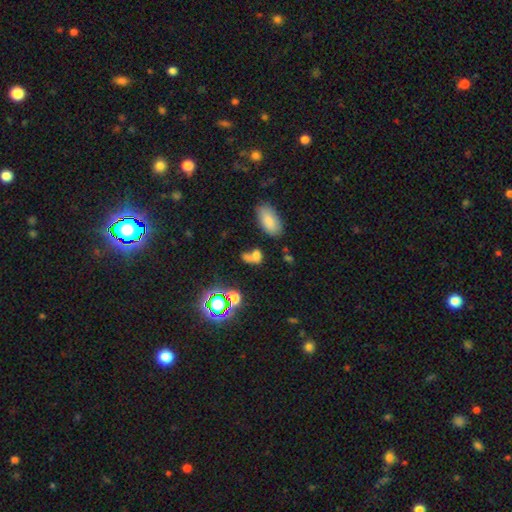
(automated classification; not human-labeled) This appears to be a smooth galaxy with no disk features (63%) that is in between round and cigar-shaped (70%). Merging: merger (33%, tied with none).